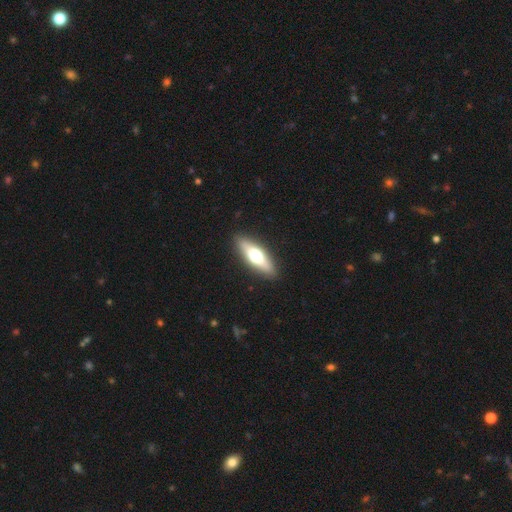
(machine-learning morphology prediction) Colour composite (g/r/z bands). It shows a smooth galaxy with no disk features (53%) that is cigar-shaped (55%). Merging: none (90%).